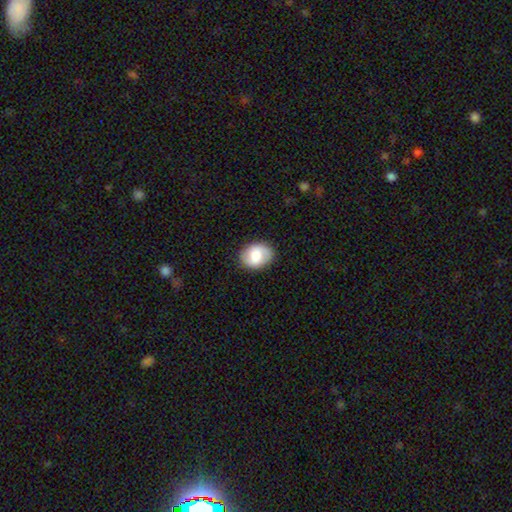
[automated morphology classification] smooth 71%, featured or disk 21%, star or artifact 7%. Down the decision tree: how rounded — in between (63%); merging — none (85%).